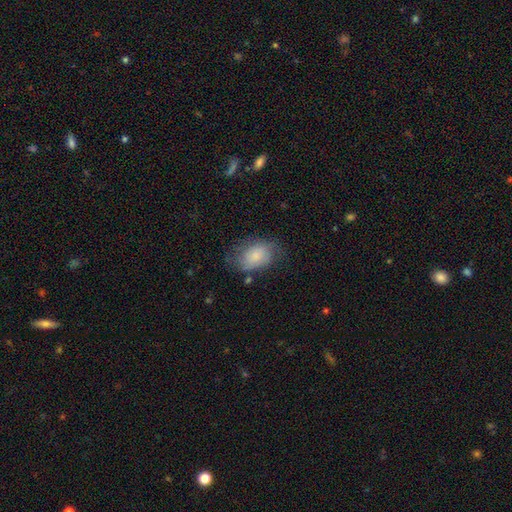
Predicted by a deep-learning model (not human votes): Smooth or featured?
  - smooth: 69% *
  - featured or disk: 23%
  - star or artifact: 8%
How rounded?
  - in between: 82% *
  - round: 16%
  - cigar-shaped: 1%
Merging?
  - none: 54% *
  - minor disturbance: 28%
  - major disturbance: 15%
  - merger: 3%